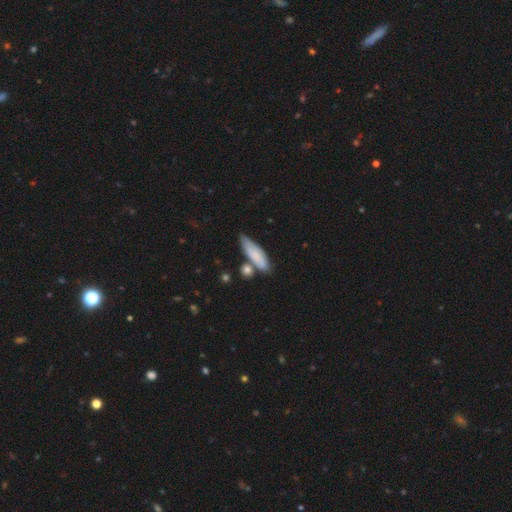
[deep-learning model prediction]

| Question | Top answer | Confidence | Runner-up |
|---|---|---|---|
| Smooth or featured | smooth | 77% | featured or disk (17%) |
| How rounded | cigar-shaped | 54% | in between (43%) |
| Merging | none | 62% | minor disturbance (19%) |